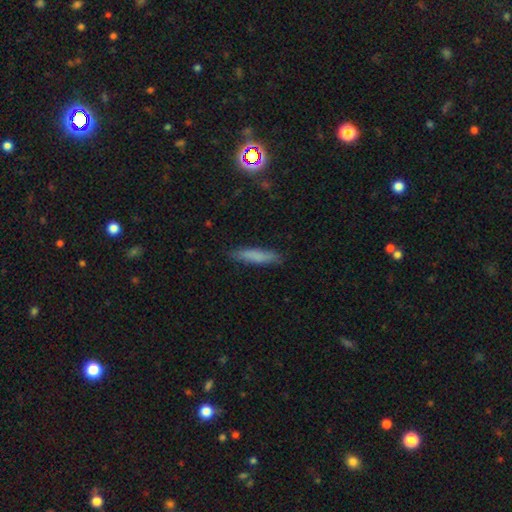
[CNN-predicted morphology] type=smooth (76%); roundness=cigar-shaped (84%); merging=none (84%).